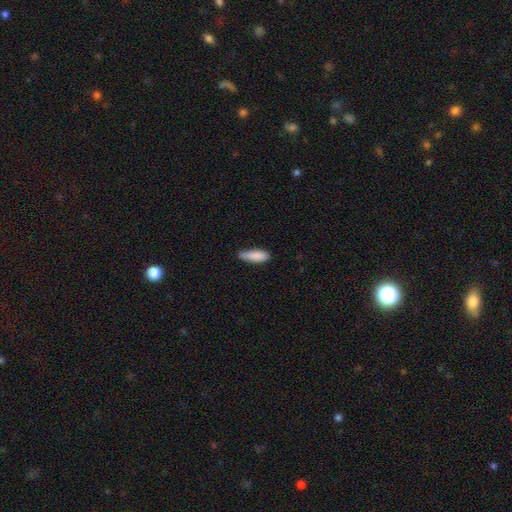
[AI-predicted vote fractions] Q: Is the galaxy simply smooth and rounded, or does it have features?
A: smooth — 87%.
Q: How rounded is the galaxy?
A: cigar-shaped — 50%.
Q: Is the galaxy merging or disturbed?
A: none — 70%.